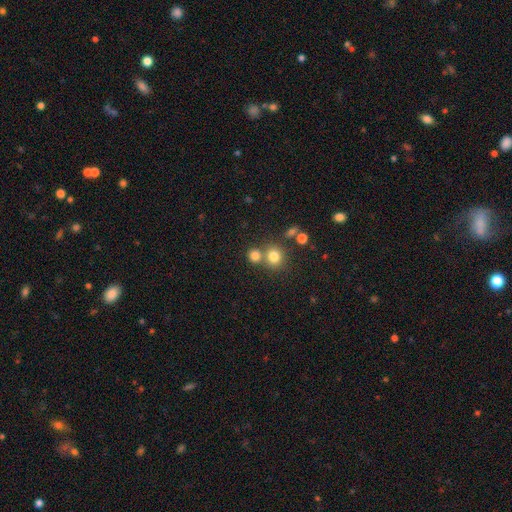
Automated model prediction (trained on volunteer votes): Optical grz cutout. It shows a smooth galaxy with no disk features (78%) that is round (85%). Merging: none (58%).